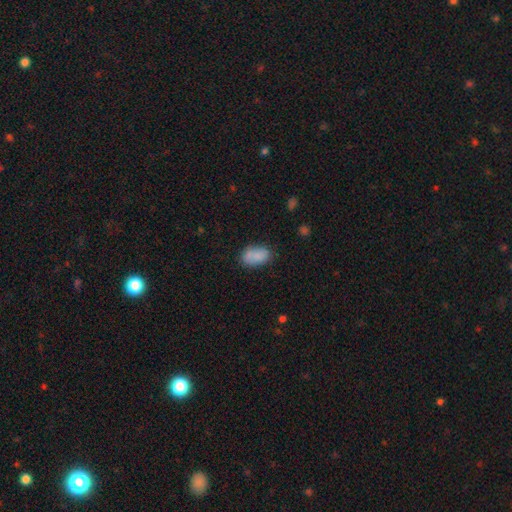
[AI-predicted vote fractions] smooth 84%, featured or disk 8%, star or artifact 8%. Down the decision tree: how rounded — in between (91%); merging — none (71%).